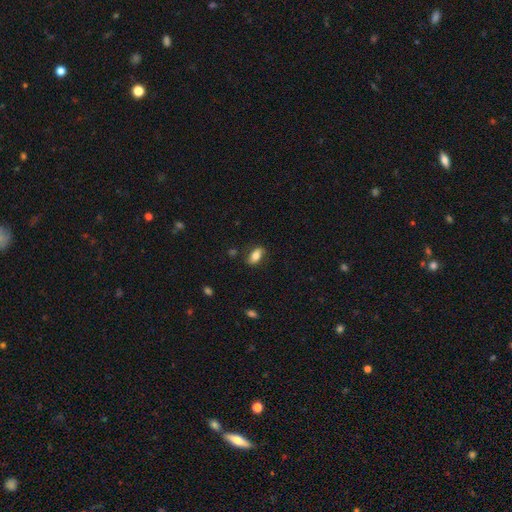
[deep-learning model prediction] This is likely a smooth galaxy (76%). How rounded: clearly in between (87%). Merging: clearly none (81%).